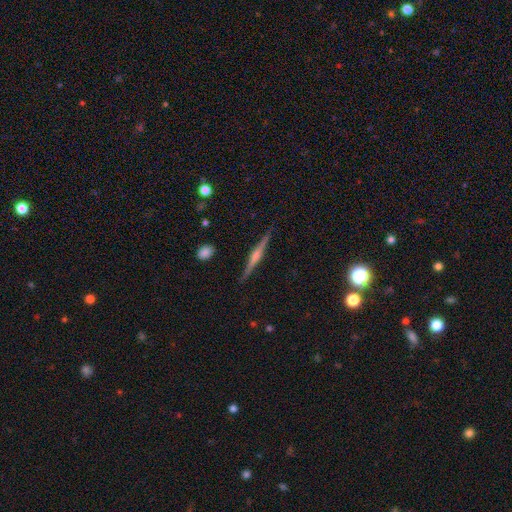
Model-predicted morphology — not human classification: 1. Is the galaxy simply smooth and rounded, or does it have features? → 80% featured or disk, 14% smooth, 7% star or artifact.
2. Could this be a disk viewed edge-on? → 98% yes, 2% no.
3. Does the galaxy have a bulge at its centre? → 79% rounded, 12% boxy, 9% none.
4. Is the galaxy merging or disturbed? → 91% none, 6% minor disturbance, 1% major disturbance, 1% merger.